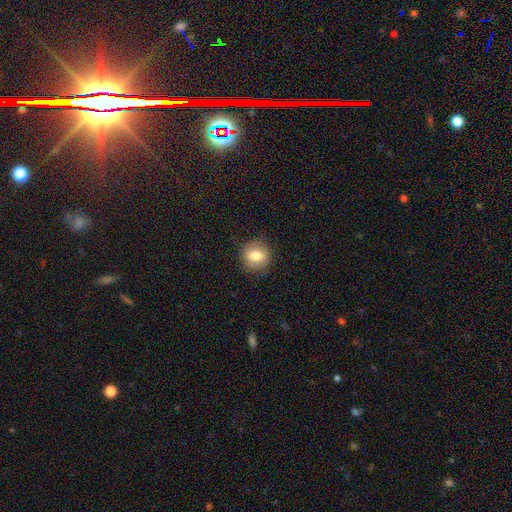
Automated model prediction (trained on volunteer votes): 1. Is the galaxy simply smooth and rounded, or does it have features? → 78% smooth, 13% featured or disk, 9% star or artifact.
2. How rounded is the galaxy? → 83% round, 16% in between, 1% cigar-shaped.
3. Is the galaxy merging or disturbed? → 87% none, 9% minor disturbance, 3% major disturbance, 1% merger.